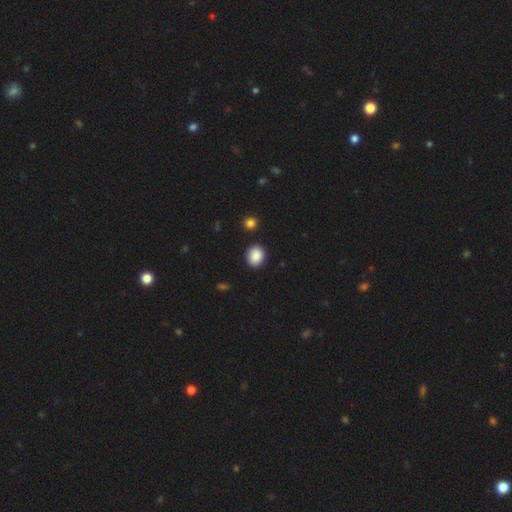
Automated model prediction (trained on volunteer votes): Smooth or featured?
  - smooth: 88% *
  - star or artifact: 8%
  - featured or disk: 3%
How rounded?
  - round: 65% *
  - in between: 34%
  - cigar-shaped: 1%
Merging?
  - none: 89% *
  - minor disturbance: 7%
  - major disturbance: 2%
  - merger: 2%